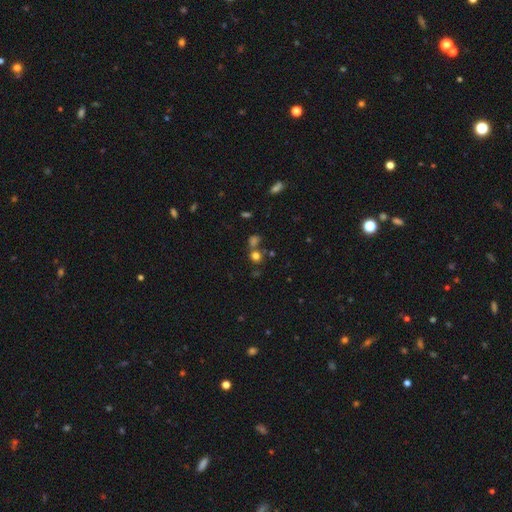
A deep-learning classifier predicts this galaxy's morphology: Q: Smooth or featured?
A: smooth (70%); runner-up: star or artifact (22%)
Q: How rounded?
A: round (84%); runner-up: in between (15%)
Q: Merging?
A: none (61%); runner-up: merger (25%)